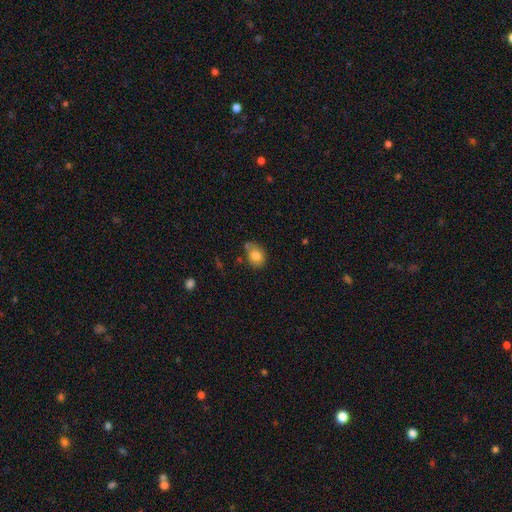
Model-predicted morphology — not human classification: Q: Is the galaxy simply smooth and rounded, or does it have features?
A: smooth — 79%.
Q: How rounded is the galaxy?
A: in between — 54%.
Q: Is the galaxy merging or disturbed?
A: none — 56%.